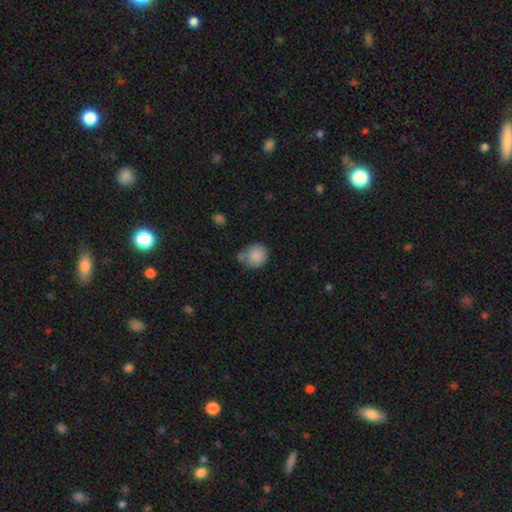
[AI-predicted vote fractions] Overall: smooth (86%). How rounded: round (75%). Merging: none (52%; minor disturbance 25%).